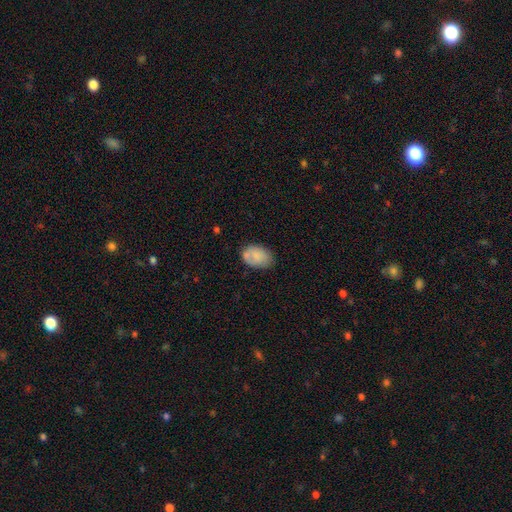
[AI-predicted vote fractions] Q: Smooth or featured?
A: smooth (80%); runner-up: featured or disk (13%)
Q: How rounded?
A: in between (84%); runner-up: round (15%)
Q: Merging?
A: none (67%); runner-up: minor disturbance (24%)